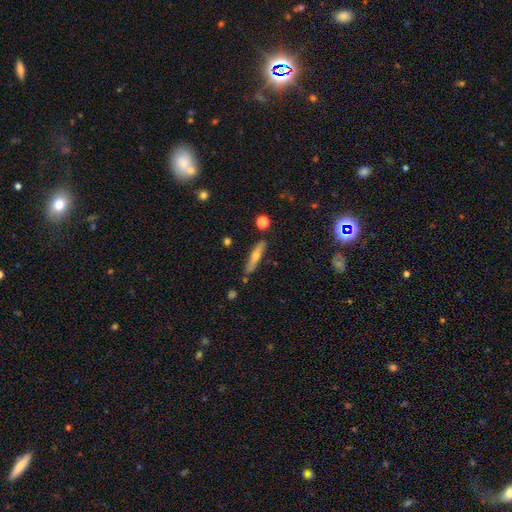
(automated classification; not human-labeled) smooth-or-featured: smooth: 48% | featured or disk: 44% | star or artifact: 8%
  merging: none: 84% | minor disturbance: 11% | merger: 3% | major disturbance: 2%